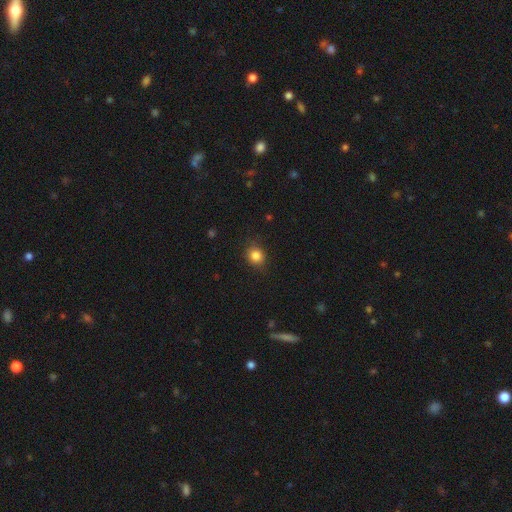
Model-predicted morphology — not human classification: This is clearly a smooth galaxy (84%). How rounded: likely round (75%). Merging: clearly none (83%).